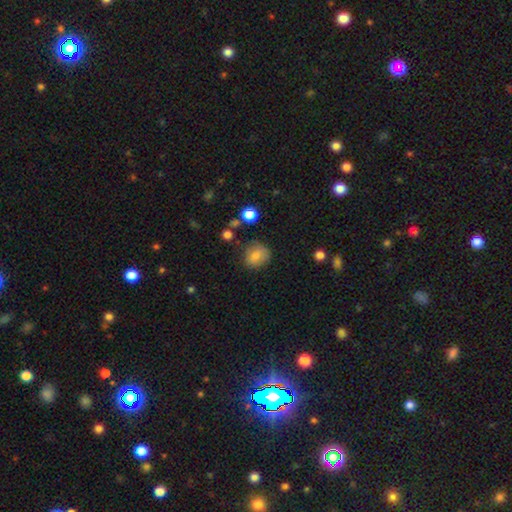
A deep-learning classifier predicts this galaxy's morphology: Smooth or featured: smooth — 81% (star or artifact — 10%)
How rounded: round — 67% (in between — 32%)
Merging: none — 73% (minor disturbance — 19%)